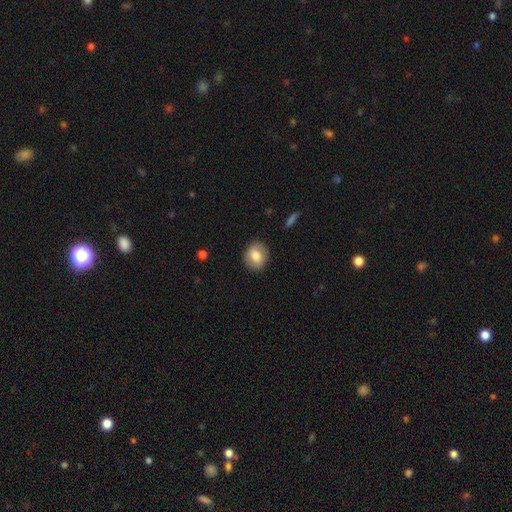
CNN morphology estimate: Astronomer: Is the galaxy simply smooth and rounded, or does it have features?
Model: smooth — 74%.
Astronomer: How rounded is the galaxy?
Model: round — 61% (runner-up: in between, 38%).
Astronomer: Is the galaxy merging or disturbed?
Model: none — 86%.